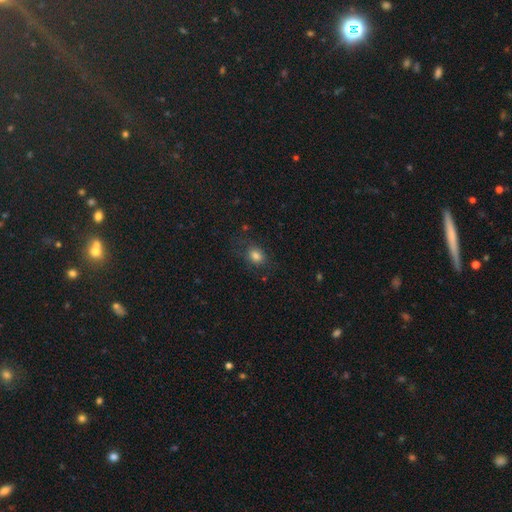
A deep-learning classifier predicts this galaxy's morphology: smooth_or_featured: smooth (p=0.79) [alt: star or artifact p=0.13]
how_rounded: in between (p=0.59) [alt: round p=0.40]
merging: none (p=0.71) [alt: minor disturbance p=0.18]